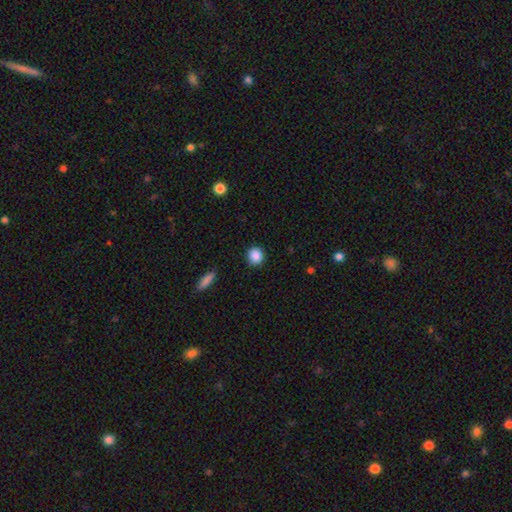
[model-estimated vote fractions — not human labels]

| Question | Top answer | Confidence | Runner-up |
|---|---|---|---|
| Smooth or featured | smooth | 88% | star or artifact (9%) |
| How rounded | round | 86% | in between (13%) |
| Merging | none | 90% | minor disturbance (7%) |